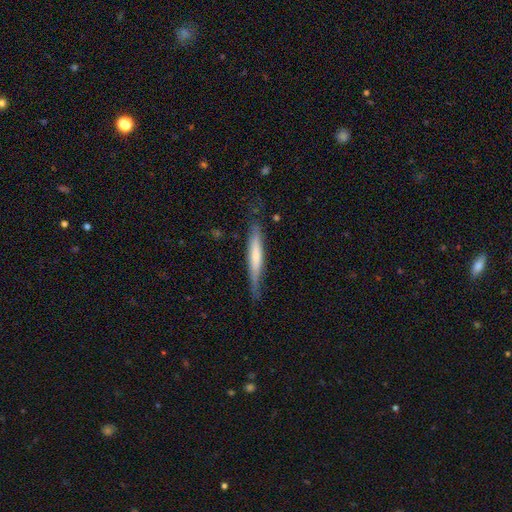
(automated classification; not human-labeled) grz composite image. It shows a smooth galaxy with no disk features (54%) that is cigar-shaped (94%). Merging: none (72%).